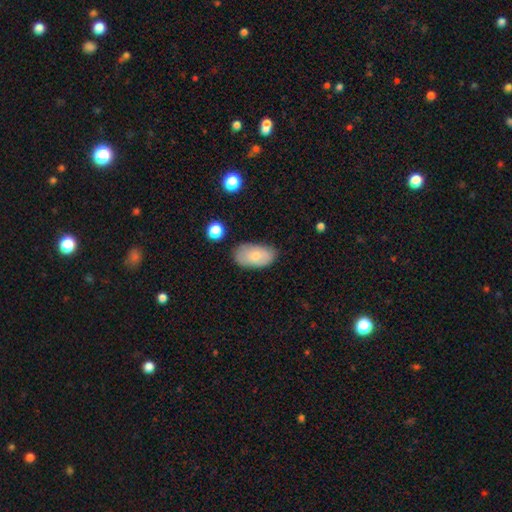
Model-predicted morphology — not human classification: smooth_or_featured: smooth (p=0.75) [alt: featured or disk p=0.18]
how_rounded: in between (p=0.93) [alt: round p=0.05]
merging: none (p=0.76) [alt: minor disturbance p=0.18]